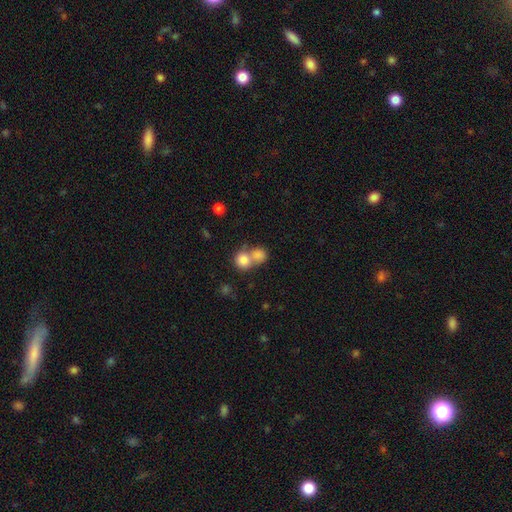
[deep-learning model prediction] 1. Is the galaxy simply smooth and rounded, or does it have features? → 81% smooth, 10% star or artifact, 9% featured or disk.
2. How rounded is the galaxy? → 77% round, 22% in between, 1% cigar-shaped.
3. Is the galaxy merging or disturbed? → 58% merger, 33% none, 6% minor disturbance, 3% major disturbance.